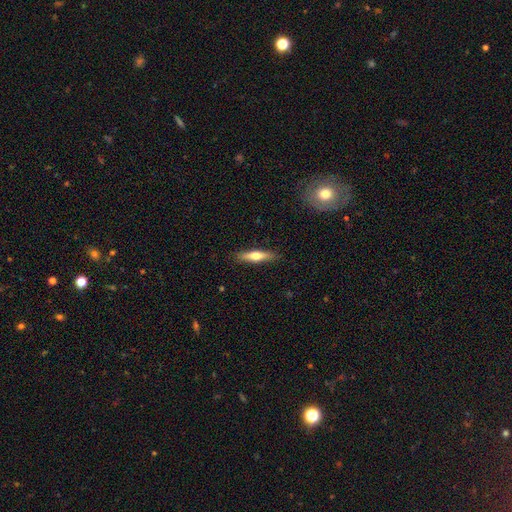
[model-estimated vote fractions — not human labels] A smooth galaxy with no disk features (52%) that is cigar-shaped (79%).

Vote fractions:
- Smooth or featured? smooth: 52% / featured or disk: 42% / star or artifact: 6%
- How rounded? cigar-shaped: 79% / in between: 19% / round: 2%
- Merging? none: 89% / minor disturbance: 8% / major disturbance: 2% / merger: 1%